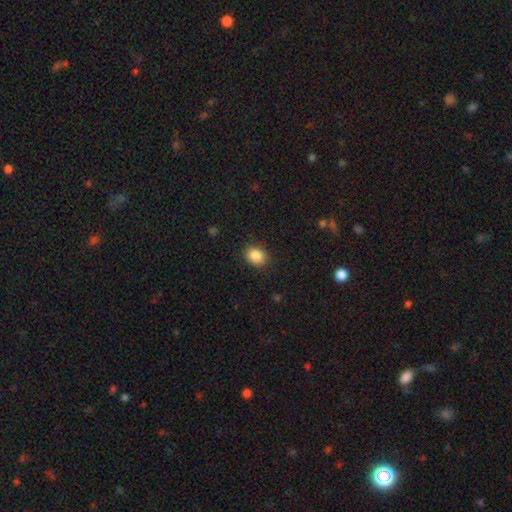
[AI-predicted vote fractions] Q: Smooth or featured?
A: smooth (87%); runner-up: star or artifact (9%)
Q: How rounded?
A: in between (56%); runner-up: round (43%)
Q: Merging?
A: none (89%); runner-up: minor disturbance (8%)